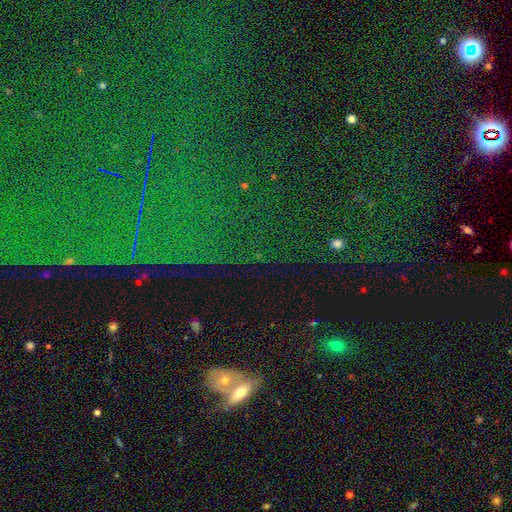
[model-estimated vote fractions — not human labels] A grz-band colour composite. It shows a star or artifact, not a galaxy (73%).